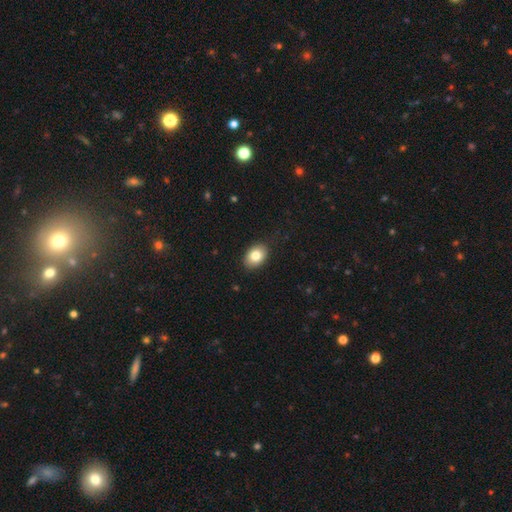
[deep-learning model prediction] Q: Smooth or featured?
A: smooth (82%); runner-up: featured or disk (10%)
Q: How rounded?
A: in between (80%); runner-up: round (19%)
Q: Merging?
A: none (86%); runner-up: minor disturbance (11%)